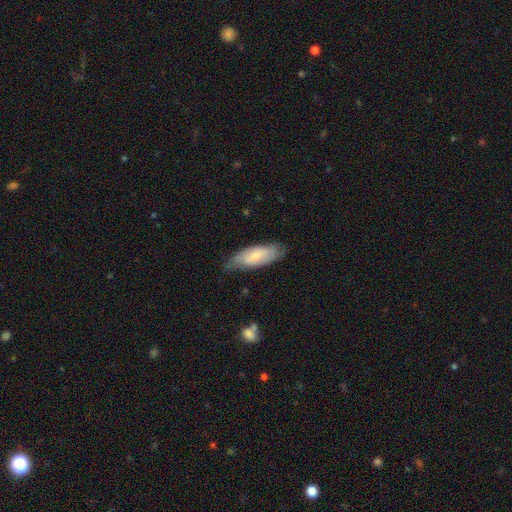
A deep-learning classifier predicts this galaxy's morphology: This appears to be a smooth galaxy with no disk features (60%) that is in between round and cigar-shaped (67%). Merging: none (70%).